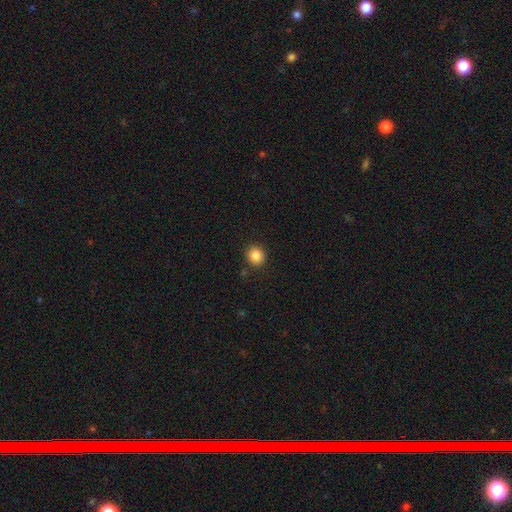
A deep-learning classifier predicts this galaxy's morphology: Q: Smooth or featured?
A: smooth (85%); runner-up: star or artifact (10%)
Q: How rounded?
A: round (85%); runner-up: in between (14%)
Q: Merging?
A: none (90%); runner-up: minor disturbance (7%)